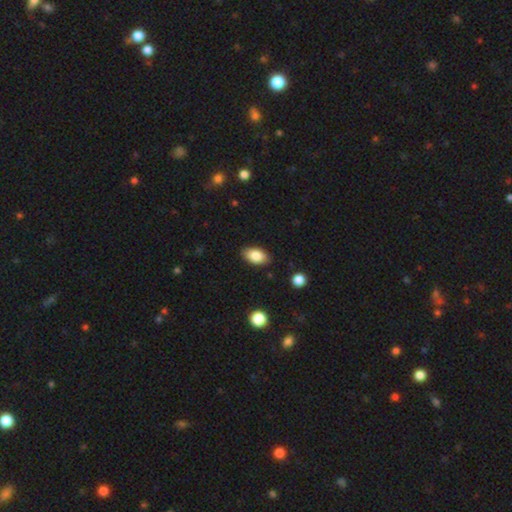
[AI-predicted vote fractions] This appears to be a smooth galaxy with no disk features (84%) that is in between round and cigar-shaped (92%). Merging: none (86%).